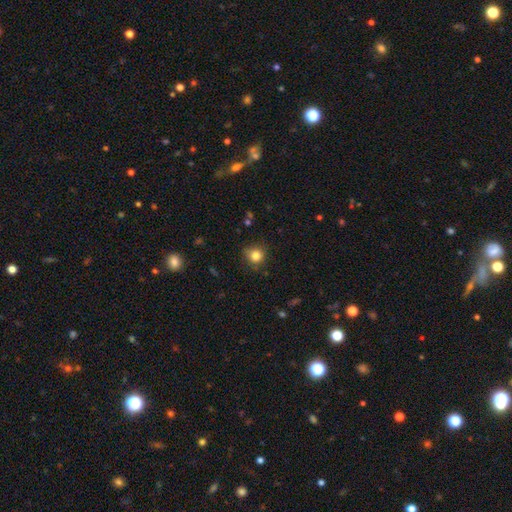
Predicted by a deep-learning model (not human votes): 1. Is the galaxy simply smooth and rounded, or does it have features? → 83% smooth, 12% star or artifact, 6% featured or disk.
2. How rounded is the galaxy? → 90% round, 9% in between, 1% cigar-shaped.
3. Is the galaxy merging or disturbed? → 82% none, 13% minor disturbance, 3% major disturbance, 1% merger.